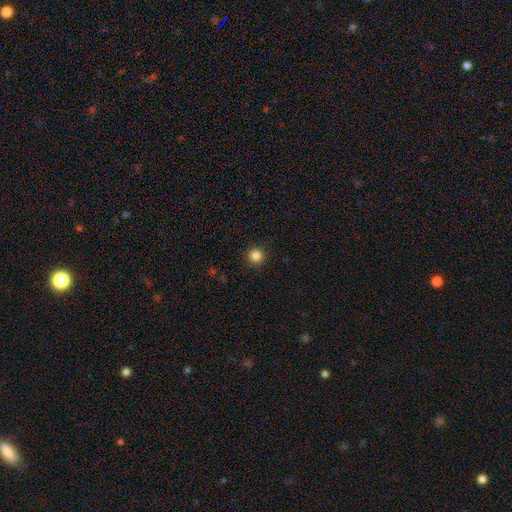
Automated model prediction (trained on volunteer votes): Smooth or featured?
  - smooth: 84% *
  - star or artifact: 12%
  - featured or disk: 4%
How rounded?
  - round: 95% *
  - in between: 4%
  - cigar-shaped: 1%
Merging?
  - none: 92% *
  - minor disturbance: 5%
  - major disturbance: 2%
  - merger: 1%